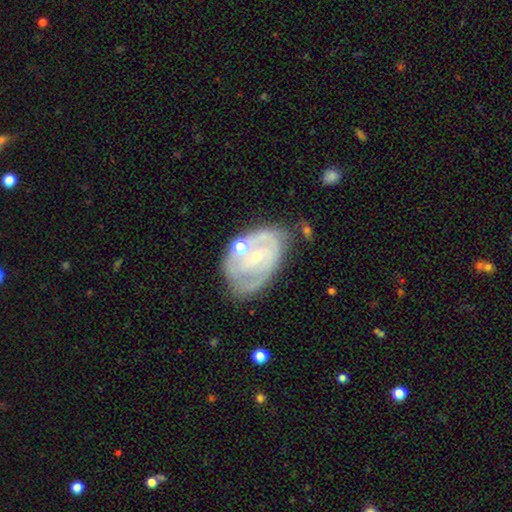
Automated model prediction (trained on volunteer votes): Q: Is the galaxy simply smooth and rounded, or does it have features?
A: featured or disk — 78%.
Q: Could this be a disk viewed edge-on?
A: no — 96%.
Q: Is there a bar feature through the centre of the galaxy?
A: no — 52%.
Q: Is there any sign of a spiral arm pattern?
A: yes — 79%.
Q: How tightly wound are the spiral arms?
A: tight — 55%.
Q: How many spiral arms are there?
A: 2 — 48%.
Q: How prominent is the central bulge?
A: small — 69%.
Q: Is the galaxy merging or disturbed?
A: none — 53%.